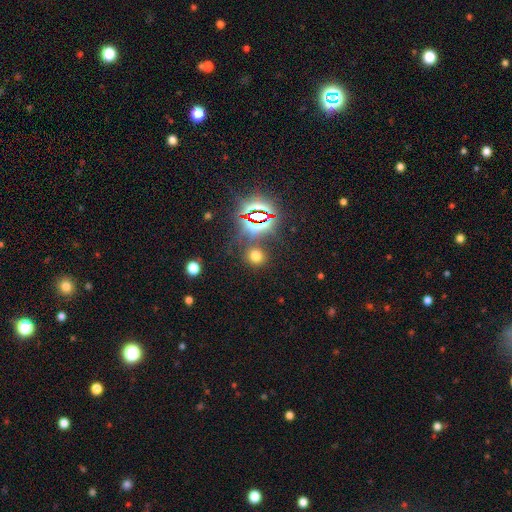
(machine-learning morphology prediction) A smooth galaxy with no disk features (61%) that is round (83%).

Vote fractions:
- Smooth or featured? smooth: 61% / star or artifact: 32% / featured or disk: 7%
- How rounded? round: 83% / in between: 15% / cigar-shaped: 1%
- Merging? none: 79% / minor disturbance: 9% / merger: 8% / major disturbance: 5%